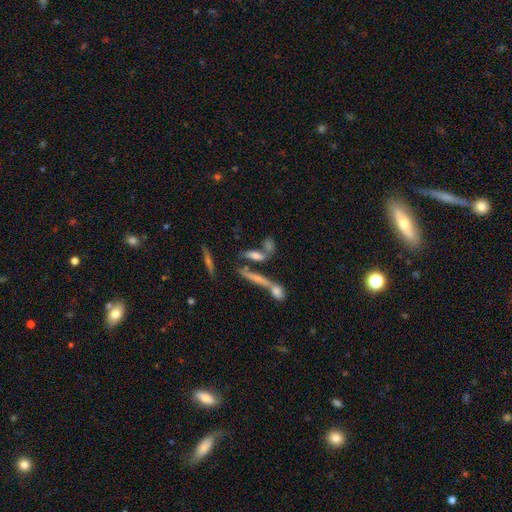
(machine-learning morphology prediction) Smooth or featured: smooth — 55% (featured or disk — 31%)
How rounded: cigar-shaped — 55% (in between — 40%)
Merging: none — 41% (merger — 38%)